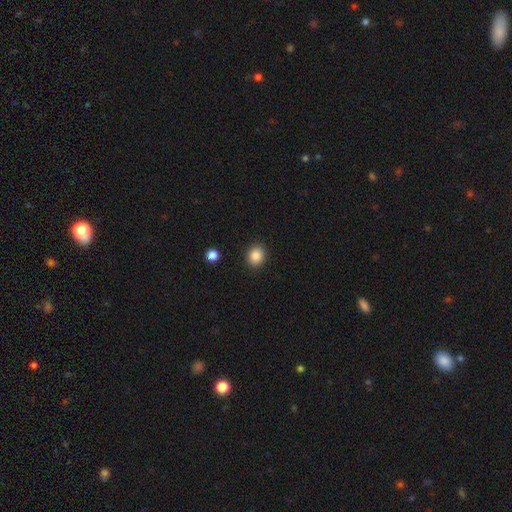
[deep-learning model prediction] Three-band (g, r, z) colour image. It shows a smooth galaxy with no disk features (87%) that is round (70%). Merging: none (90%).